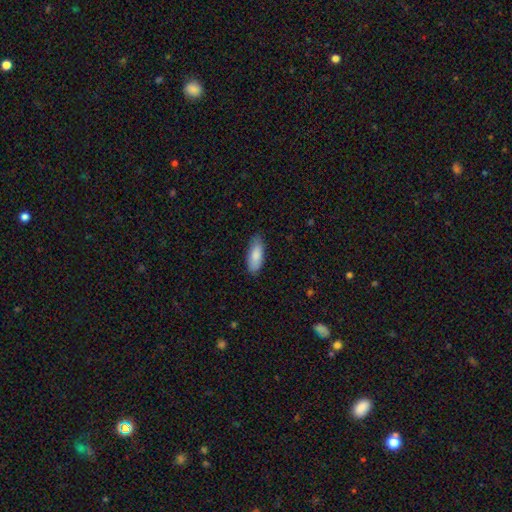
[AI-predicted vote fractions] A smooth galaxy with no disk features (86%) that is in between round and cigar-shaped (74%).

Vote fractions:
- Smooth or featured? smooth: 86% / featured or disk: 9% / star or artifact: 6%
- How rounded? in between: 74% / cigar-shaped: 24% / round: 2%
- Merging? none: 79% / minor disturbance: 17% / major disturbance: 3% / merger: 1%